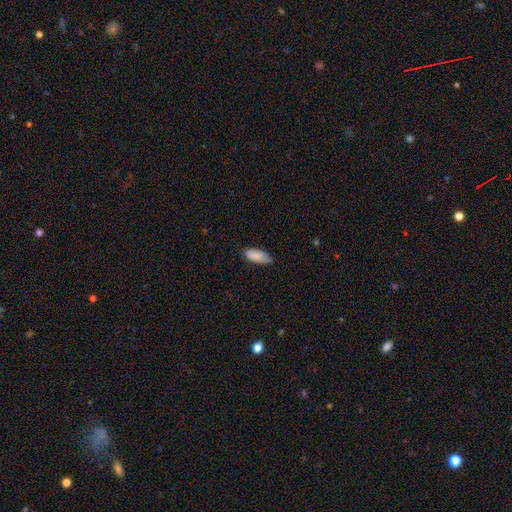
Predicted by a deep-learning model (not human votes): smooth-or-featured: smooth: 87% | featured or disk: 7% | star or artifact: 6%
  how-rounded: in between: 76% | cigar-shaped: 22% | round: 2%
  merging: none: 76% | minor disturbance: 20% | major disturbance: 3% | merger: 1%